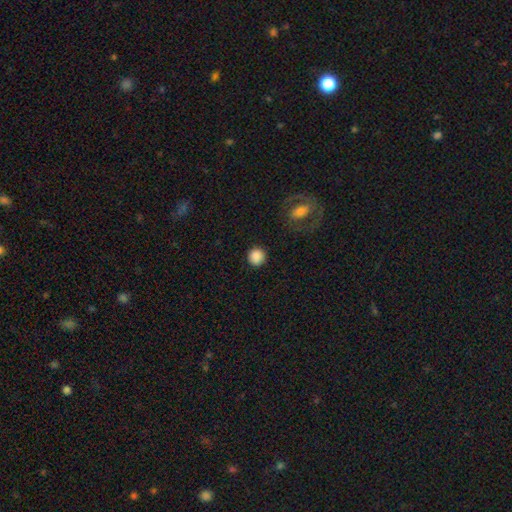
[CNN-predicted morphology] This is clearly a smooth galaxy (87%). How rounded: clearly round (94%). Merging: clearly none (90%).